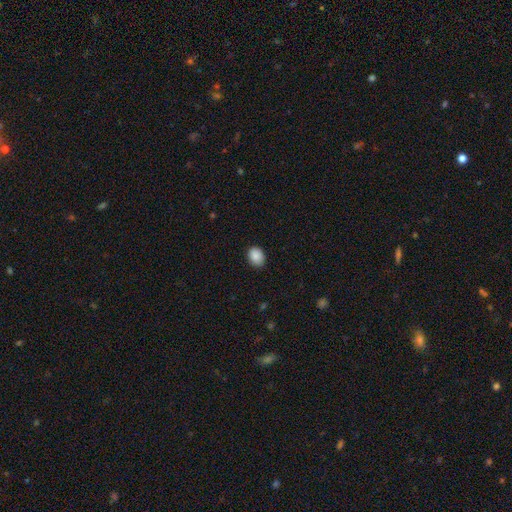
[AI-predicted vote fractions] Smooth or featured? smooth (89%)
How rounded? in between (60%)
Merging? none (87%)